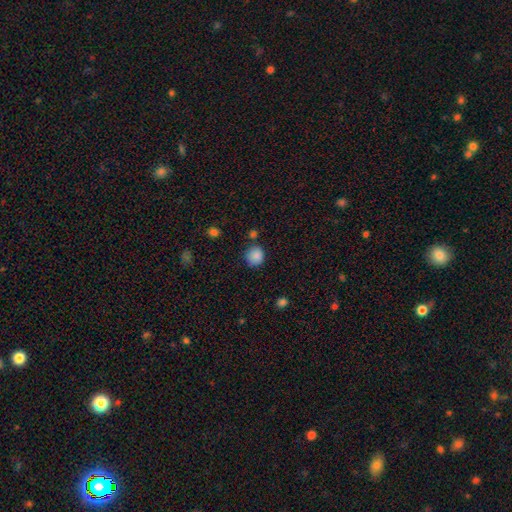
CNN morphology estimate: smooth_or_featured: smooth (p=0.86) [alt: star or artifact p=0.09]
how_rounded: round (p=0.83) [alt: in between p=0.16]
merging: none (p=0.74) [alt: minor disturbance p=0.16]